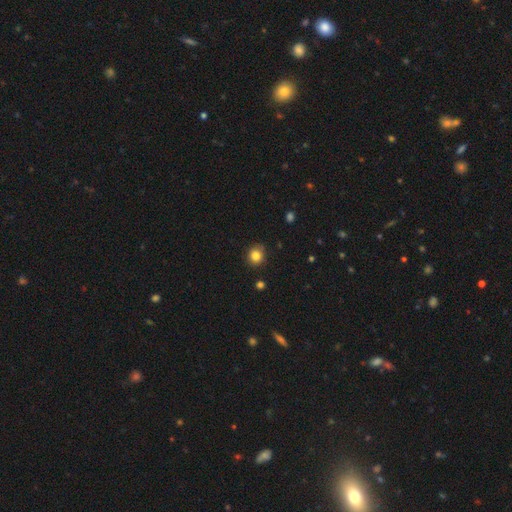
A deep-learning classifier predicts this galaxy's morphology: Smooth or featured: smooth — 83% (star or artifact — 11%)
How rounded: round — 86% (in between — 13%)
Merging: none — 83% (minor disturbance — 12%)